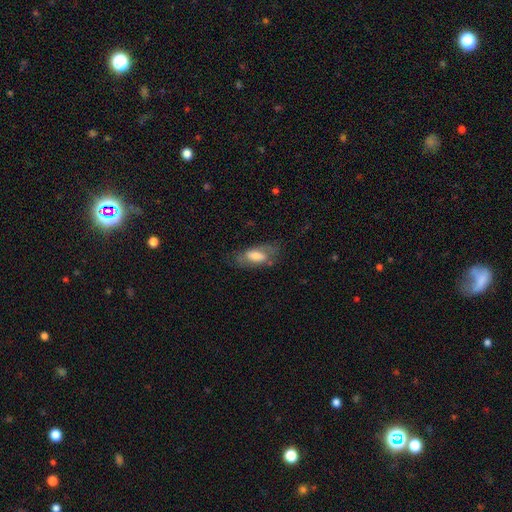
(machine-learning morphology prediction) The model was most divided on "smooth or featured": smooth: 58%, featured or disk: 35%, star or artifact: 7%. More confident: how rounded — in between (80%); merging — none (59%).